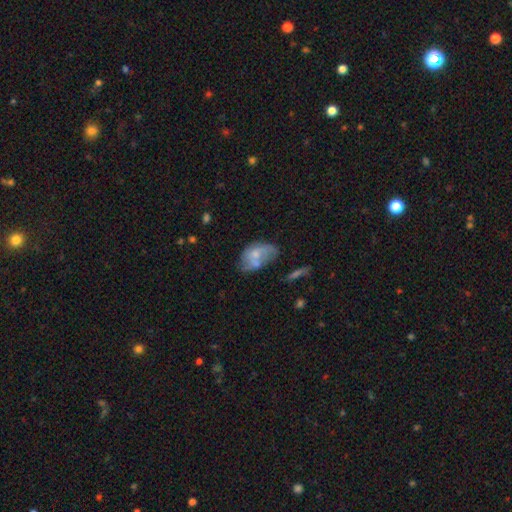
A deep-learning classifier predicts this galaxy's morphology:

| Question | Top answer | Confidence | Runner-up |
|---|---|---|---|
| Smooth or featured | smooth | 52% | featured or disk (40%) |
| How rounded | in between | 88% | round (10%) |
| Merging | none | 35% | minor disturbance (29%) |